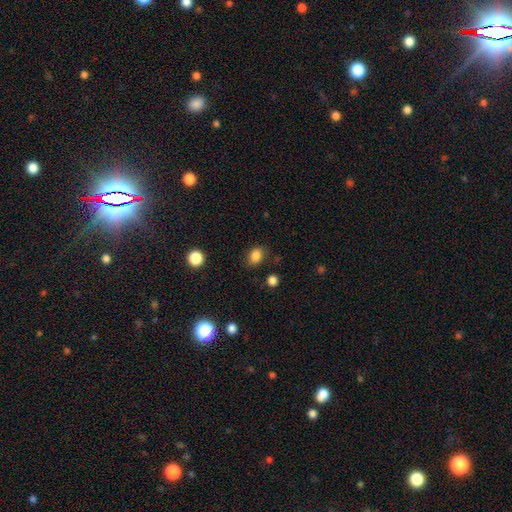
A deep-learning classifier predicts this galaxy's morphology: Overall: smooth (85%). How rounded: in between (69%; round 30%). Merging: none (81%).